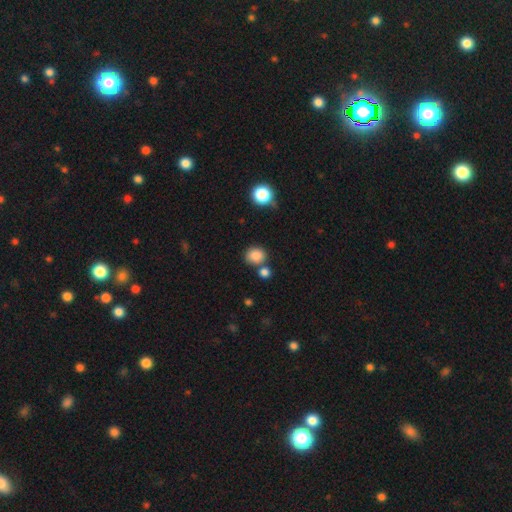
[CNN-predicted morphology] smooth 85%, star or artifact 10%, featured or disk 5%. Down the decision tree: how rounded — round (73%); merging — none (69%).